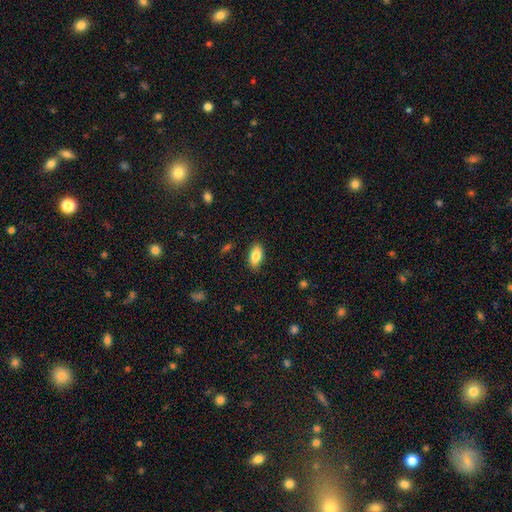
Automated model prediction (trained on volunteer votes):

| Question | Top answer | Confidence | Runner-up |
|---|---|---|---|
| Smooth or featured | smooth | 85% | featured or disk (8%) |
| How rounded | in between | 90% | cigar-shaped (7%) |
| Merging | none | 87% | minor disturbance (9%) |